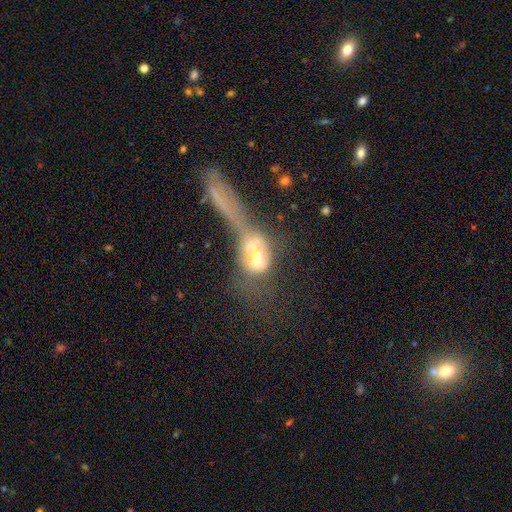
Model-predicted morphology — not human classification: smooth_or_featured: featured or disk (p=0.47) [alt: smooth p=0.41]
merging: merger (p=0.51) [alt: major disturbance p=0.30]